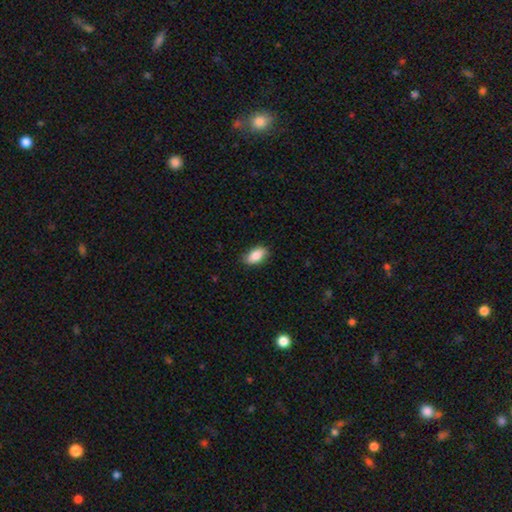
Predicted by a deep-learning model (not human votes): This appears to be a smooth galaxy with no disk features (84%) that is in between round and cigar-shaped (91%). Merging: none (83%).